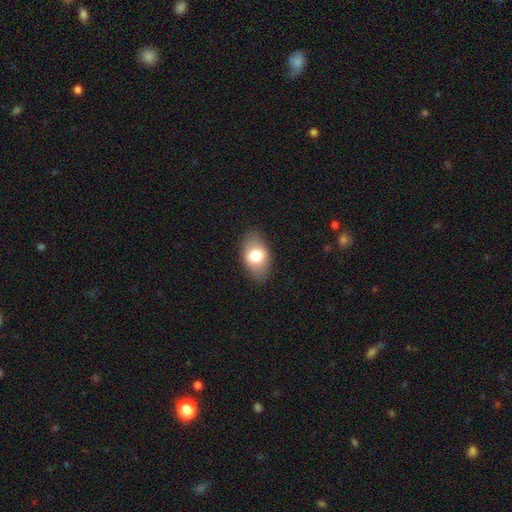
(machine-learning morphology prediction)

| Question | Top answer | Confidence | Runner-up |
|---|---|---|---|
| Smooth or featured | smooth | 75% | featured or disk (18%) |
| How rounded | in between | 89% | round (10%) |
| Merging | none | 84% | minor disturbance (12%) |